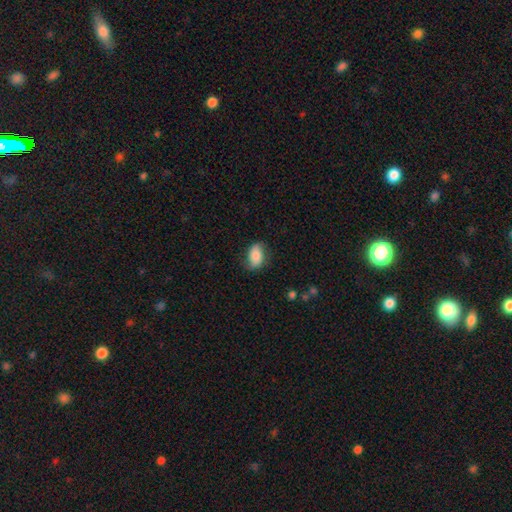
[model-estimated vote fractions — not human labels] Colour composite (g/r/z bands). It shows a smooth galaxy with no disk features (74%) that is in between round and cigar-shaped (87%). Merging: none (72%).